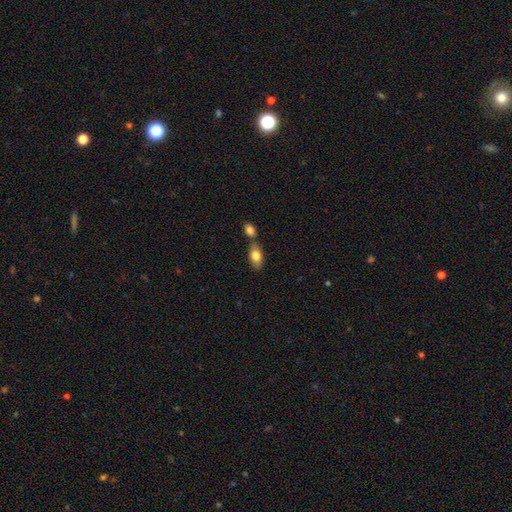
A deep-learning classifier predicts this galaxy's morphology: smooth 81%, featured or disk 12%, star or artifact 7%. Down the decision tree: how rounded — in between (89%); merging — none (44%).